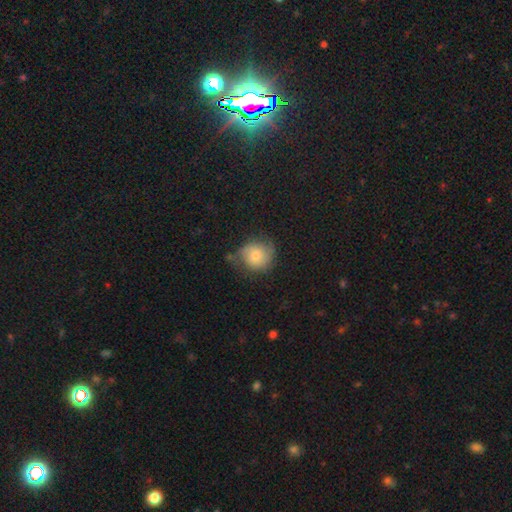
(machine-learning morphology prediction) The model was most divided on "merging": none: 59%, minor disturbance: 29%, major disturbance: 9%, merger: 3%. More confident: how rounded — round (82%); smooth or featured — smooth (64%).